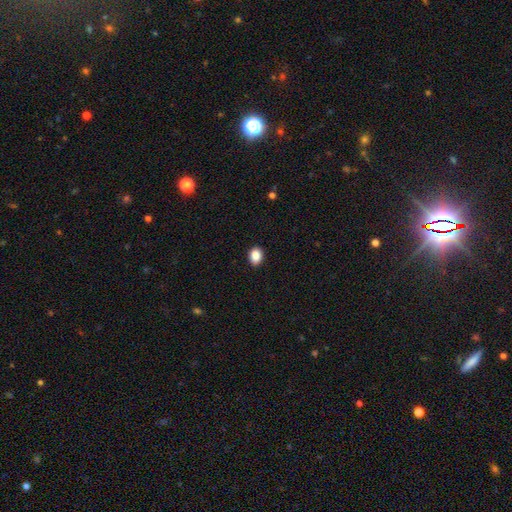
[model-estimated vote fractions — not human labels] smooth-or-featured: smooth: 88% | star or artifact: 8% | featured or disk: 4%
  how-rounded: in between: 69% | round: 30% | cigar-shaped: 1%
  merging: none: 90% | minor disturbance: 7% | major disturbance: 2% | merger: 1%